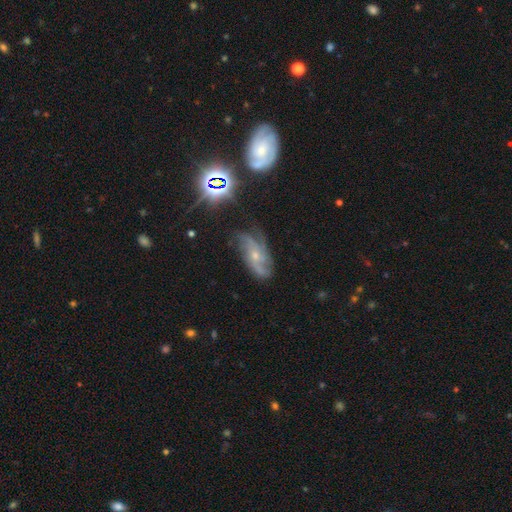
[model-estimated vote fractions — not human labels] This appears to be a featured or disk galaxy (76%) with no bar (73%), 3 (37%) medium (43%) spiral arms (94%) and a small central bulge (66%). Merging: none (59%).